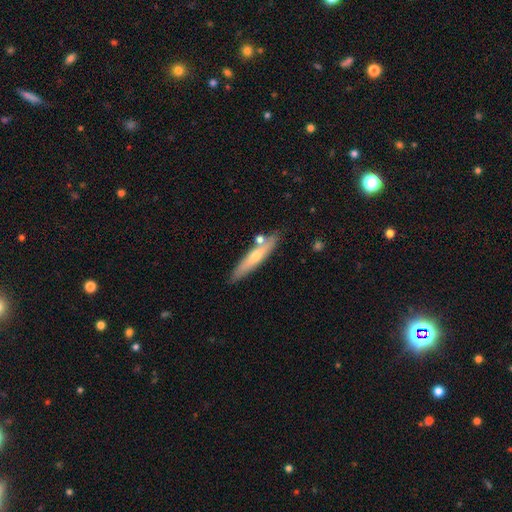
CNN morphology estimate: Smooth or featured: smooth — 48% (featured or disk — 45%)
Merging: none — 77% (minor disturbance — 13%)